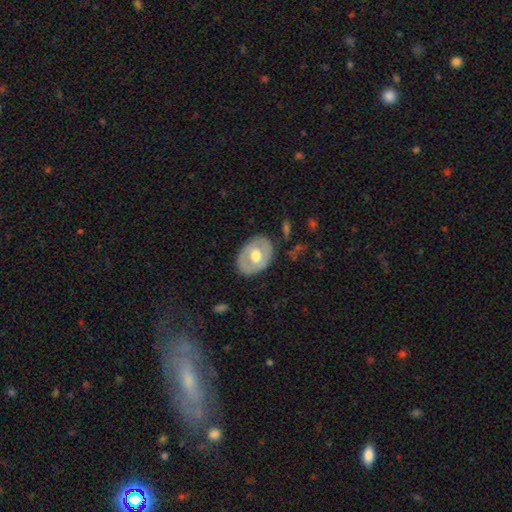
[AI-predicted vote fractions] The model was most divided on "smooth or featured": featured or disk: 50%, smooth: 45%, star or artifact: 5%. More confident: edge-on disk — no (90%); merging — none (81%).